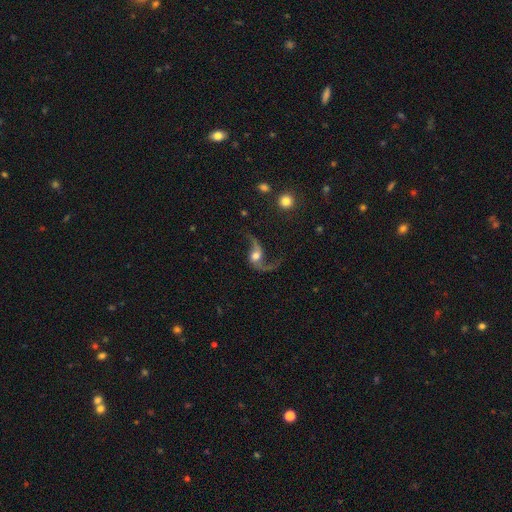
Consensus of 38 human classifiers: Smooth or featured: featured or disk — 89% (smooth — 11%)
Edge-on disk: no — 100%
Bar: no — 79% (weak — 15%)
Spiral arms: yes — 97% (no — 3%)
Spiral winding: loose — 94% (medium — 6%)
Spiral arm count: 2 — 94% (1 — 6%)
Bulge size: moderate — 50% (large — 32%)
Merging: major disturbance — 39% (none — 37%)